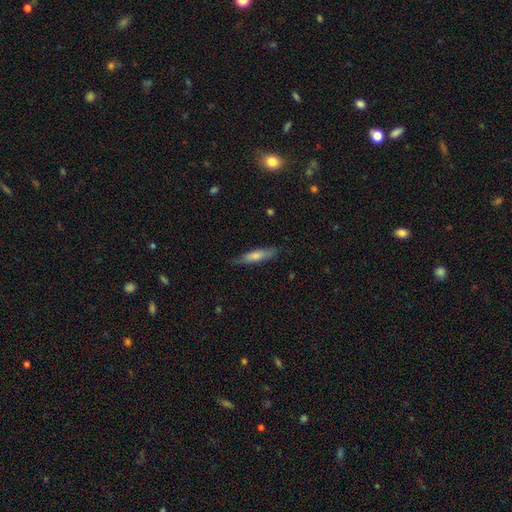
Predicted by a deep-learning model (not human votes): Smooth or featured? Predicted: smooth (p=0.68). How rounded? Predicted: cigar-shaped (p=0.78). Merging? Predicted: none (p=0.82).